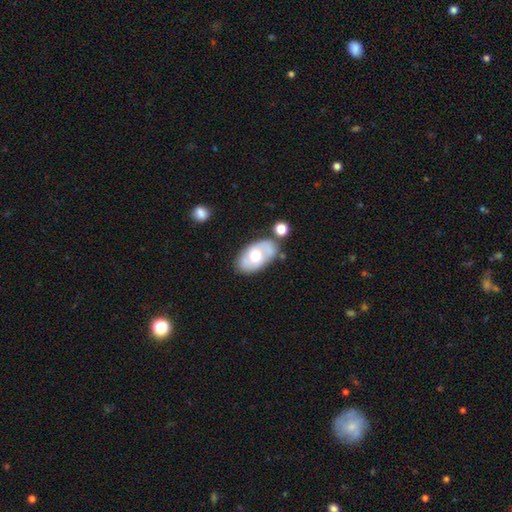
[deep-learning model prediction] Morphology: type=smooth (47%); merging=none (63%).